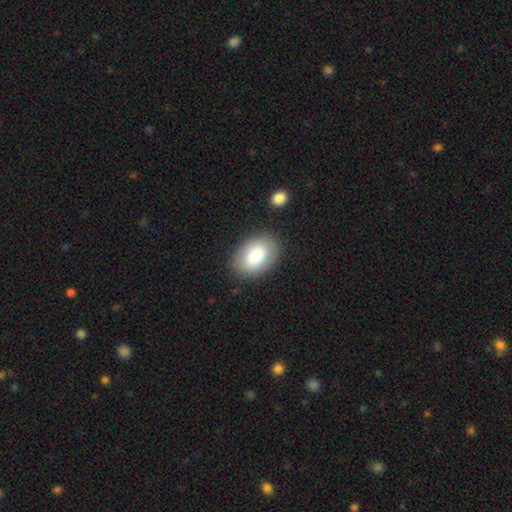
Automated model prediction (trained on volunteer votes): Smooth or featured: smooth — 78% (featured or disk — 15%)
How rounded: in between — 79% (round — 20%)
Merging: none — 85% (minor disturbance — 10%)